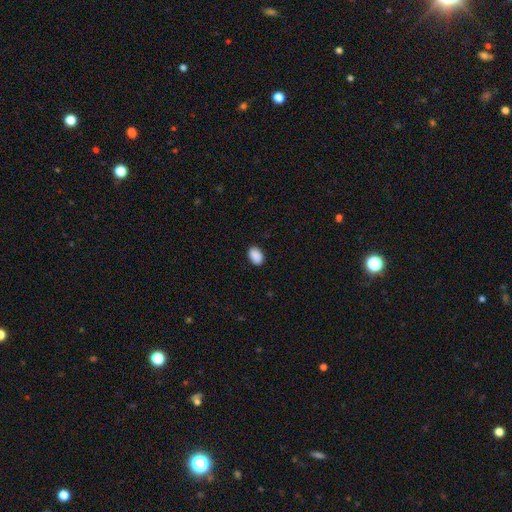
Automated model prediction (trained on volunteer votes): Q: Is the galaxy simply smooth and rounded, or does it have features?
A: smooth — 90%.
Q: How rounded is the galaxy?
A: in between — 81%.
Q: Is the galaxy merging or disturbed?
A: none — 88%.